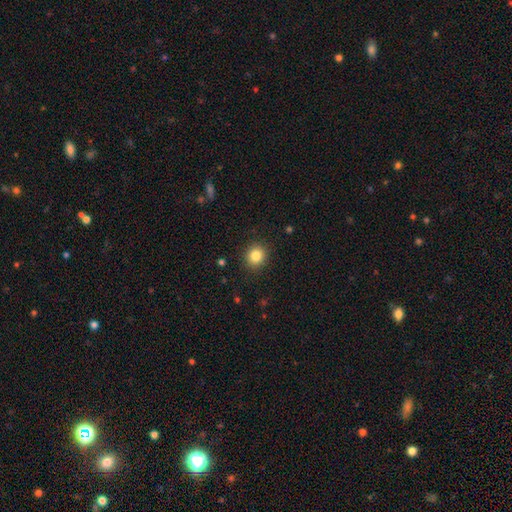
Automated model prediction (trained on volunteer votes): Smooth or featured?
  - smooth: 84% *
  - star or artifact: 11%
  - featured or disk: 5%
How rounded?
  - round: 83% *
  - in between: 16%
  - cigar-shaped: 1%
Merging?
  - none: 90% *
  - minor disturbance: 7%
  - major disturbance: 2%
  - merger: 1%